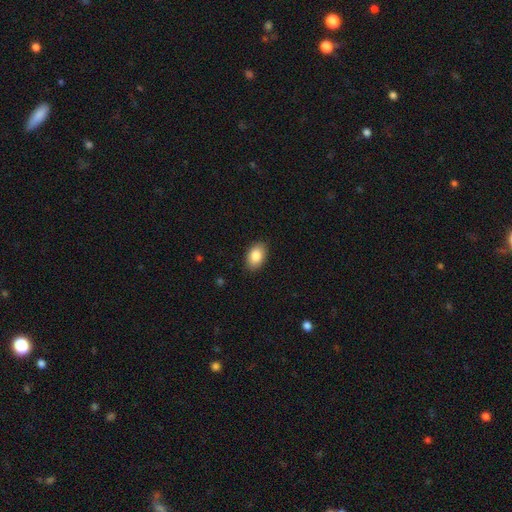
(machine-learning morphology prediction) This is clearly a smooth galaxy (86%). How rounded: clearly in between (90%). Merging: clearly none (88%).